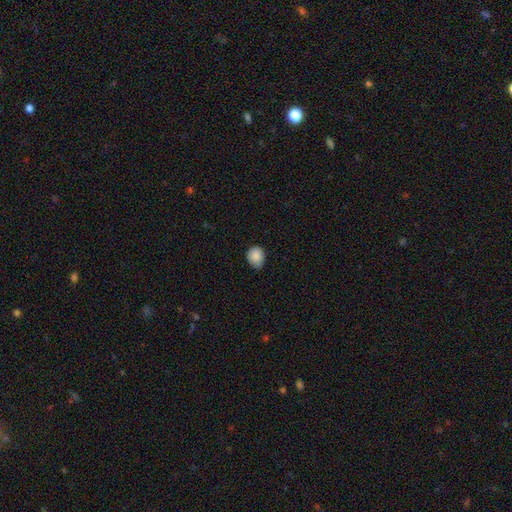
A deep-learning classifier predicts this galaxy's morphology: type=smooth (86%); roundness=round (68%); merging=none (65%).